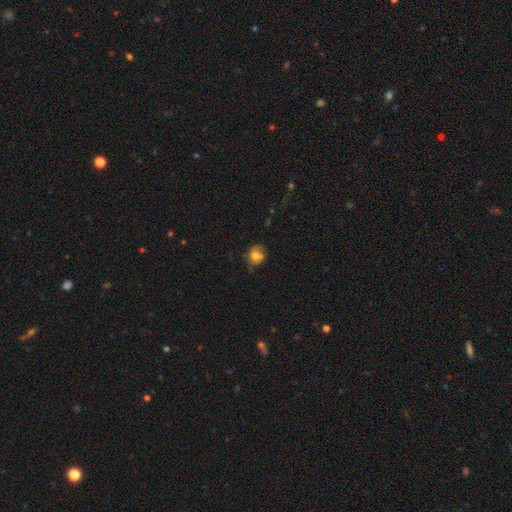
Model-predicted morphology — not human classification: smooth 65%, featured or disk 24%, star or artifact 11%. Down the decision tree: how rounded — round (61%); merging — none (54%).